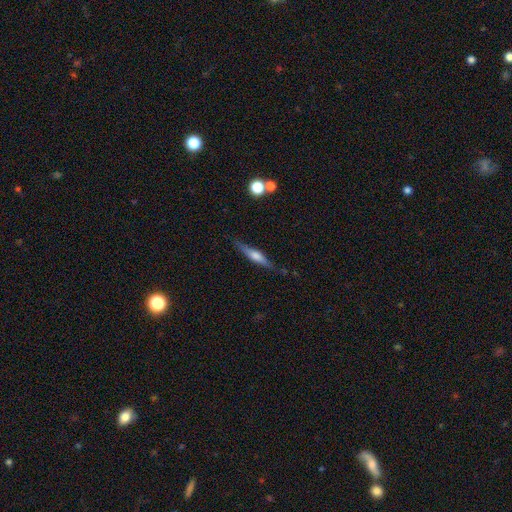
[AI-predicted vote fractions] A featured or disk galaxy (55%) viewed edge-on (95%) with a rounded central bulge (71%).

Vote fractions:
- Smooth or featured? featured or disk: 55% / smooth: 38% / star or artifact: 7%
- Edge-on disk? yes: 95% / no: 5%
- Edge-on bulge? rounded: 71% / boxy: 20% / none: 9%
- Merging? none: 82% / minor disturbance: 13% / major disturbance: 3% / merger: 2%